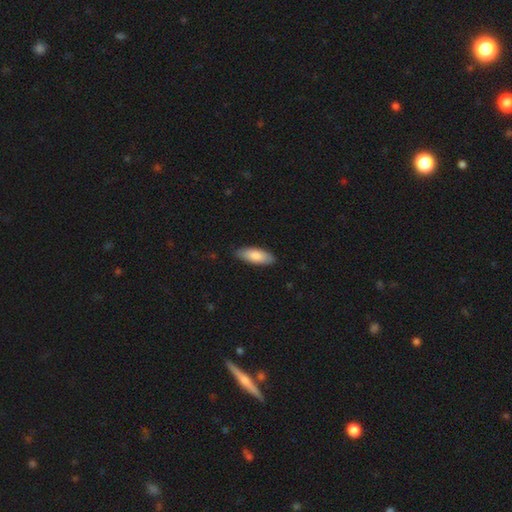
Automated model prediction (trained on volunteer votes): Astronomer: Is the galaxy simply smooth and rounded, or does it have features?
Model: smooth — 83%.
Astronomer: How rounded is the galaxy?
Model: in between — 74%.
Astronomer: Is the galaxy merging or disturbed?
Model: none — 86%.